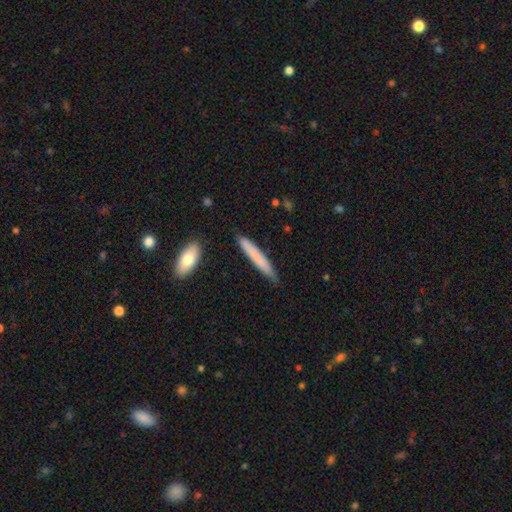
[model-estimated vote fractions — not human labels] This appears to be a smooth galaxy with no disk features (71%) that is cigar-shaped (95%). Merging: none (82%).